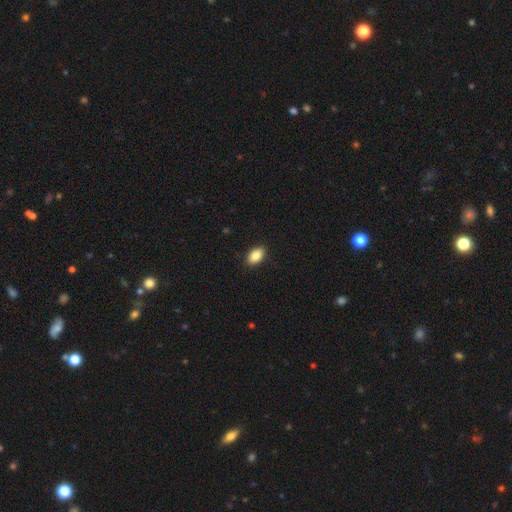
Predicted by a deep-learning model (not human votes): smooth-or-featured: smooth: 86% | star or artifact: 7% | featured or disk: 6%
  how-rounded: in between: 92% | round: 6% | cigar-shaped: 2%
  merging: none: 90% | minor disturbance: 8% | major disturbance: 2% | merger: 1%